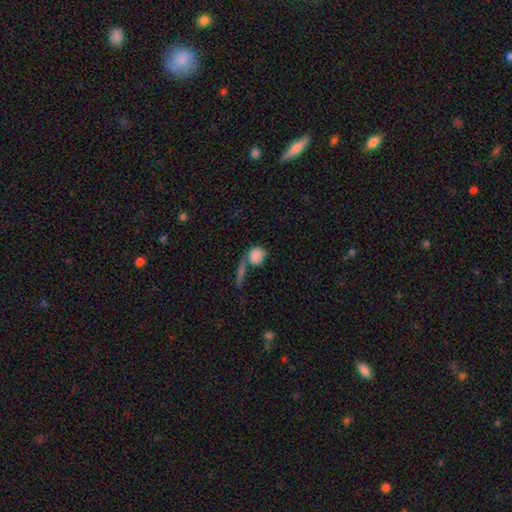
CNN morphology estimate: The model was most divided on "merging": none: 48%, merger: 29%, minor disturbance: 14%, major disturbance: 9%. More confident: smooth or featured — smooth (81%); how rounded — round (77%).